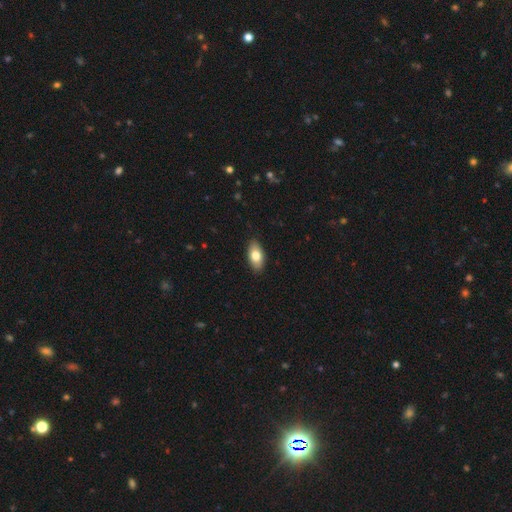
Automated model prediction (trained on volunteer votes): smooth 78%, featured or disk 16%, star or artifact 6%. Down the decision tree: how rounded — in between (92%); merging — none (88%).